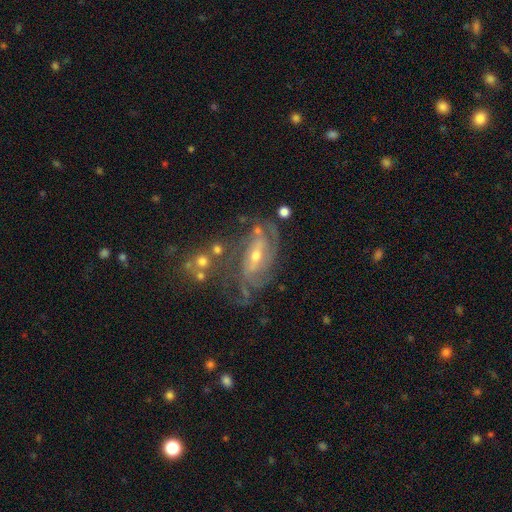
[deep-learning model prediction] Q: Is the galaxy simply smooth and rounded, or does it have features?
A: featured or disk — 84%.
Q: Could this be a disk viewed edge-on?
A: no — 92%.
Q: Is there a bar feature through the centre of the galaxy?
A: weak — 40%.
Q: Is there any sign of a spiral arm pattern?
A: yes — 92%.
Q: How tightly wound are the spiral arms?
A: tight — 55%.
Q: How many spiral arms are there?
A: can't tell — 36%.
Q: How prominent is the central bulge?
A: small — 50%.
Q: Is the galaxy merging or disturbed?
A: none — 58%.